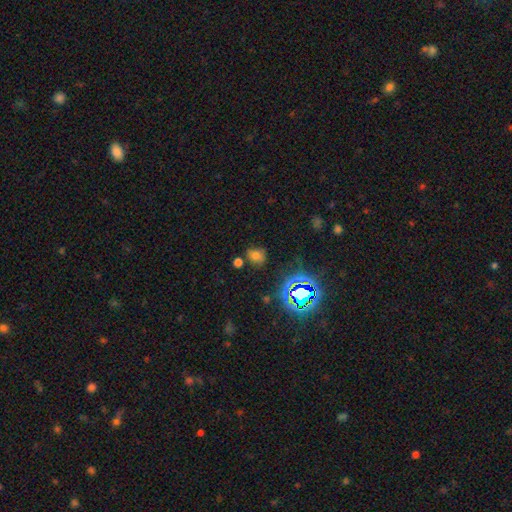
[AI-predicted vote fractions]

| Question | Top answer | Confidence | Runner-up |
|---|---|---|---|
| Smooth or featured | smooth | 63% | star or artifact (29%) |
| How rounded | round | 63% | in between (36%) |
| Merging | none | 75% | minor disturbance (13%) |